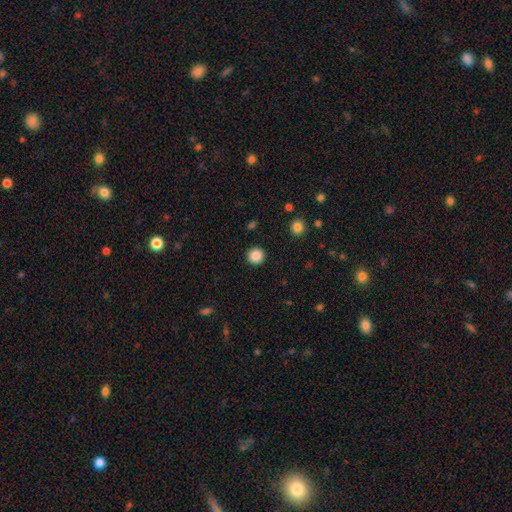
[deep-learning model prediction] A smooth galaxy with no disk features (87%) that is round (95%).

Vote fractions:
- Smooth or featured? smooth: 87% / star or artifact: 10% / featured or disk: 3%
- How rounded? round: 95% / in between: 4% / cigar-shaped: 1%
- Merging? none: 93% / minor disturbance: 4% / major disturbance: 2% / merger: 1%